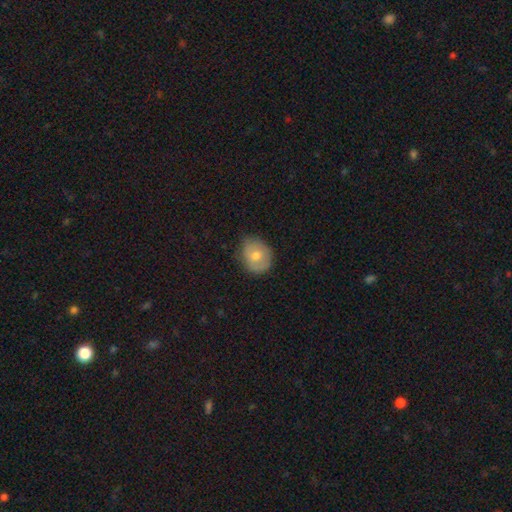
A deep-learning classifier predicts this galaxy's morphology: Q: Smooth or featured?
A: smooth (65%); runner-up: featured or disk (27%)
Q: How rounded?
A: round (66%); runner-up: in between (33%)
Q: Merging?
A: none (72%); runner-up: minor disturbance (23%)